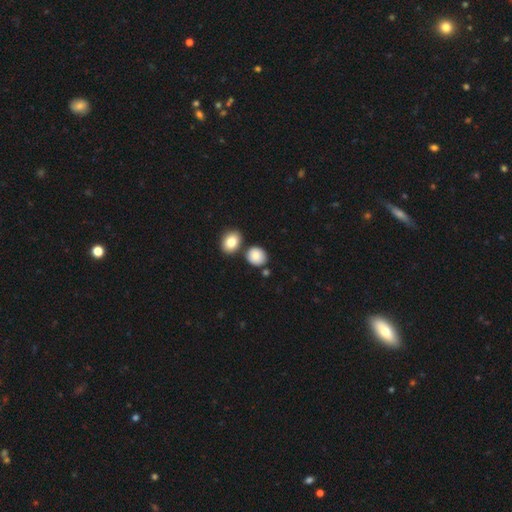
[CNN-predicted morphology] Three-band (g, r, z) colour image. It shows a smooth galaxy with no disk features (85%) that is round (71%). Merging: none (75%).